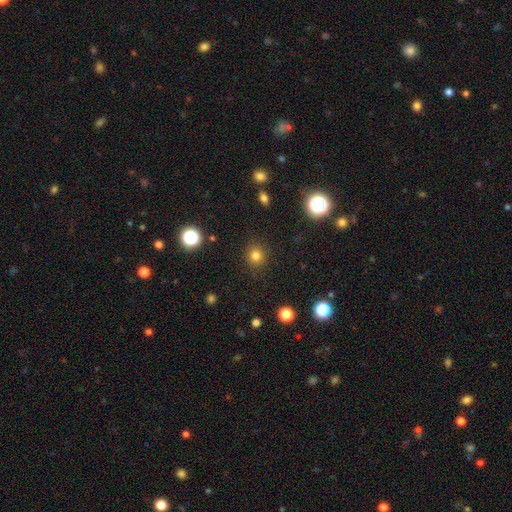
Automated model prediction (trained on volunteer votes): A smooth galaxy with no disk features (80%) that is round (91%). Merging: none (90%).